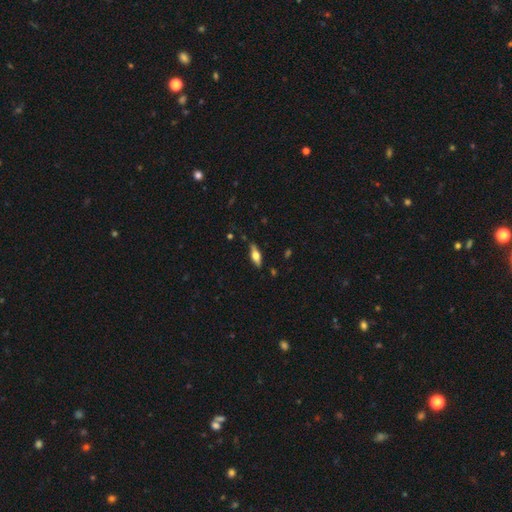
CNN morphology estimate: type=featured or disk (49%); merging=none (82%).